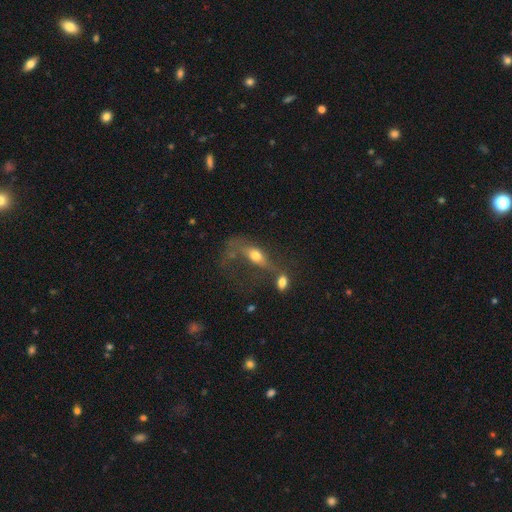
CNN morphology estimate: smooth_or_featured: smooth (p=0.54) [alt: featured or disk p=0.36]
how_rounded: in between (p=0.72) [alt: cigar-shaped p=0.19]
merging: major disturbance (p=0.41) [alt: none p=0.23]